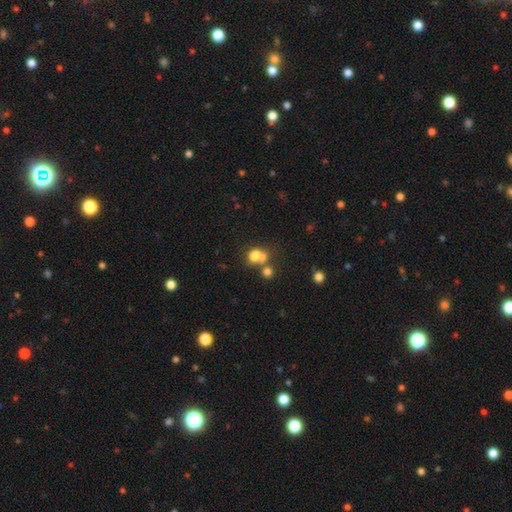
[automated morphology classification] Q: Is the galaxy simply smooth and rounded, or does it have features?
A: smooth — 74%.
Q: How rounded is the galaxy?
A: round — 65%.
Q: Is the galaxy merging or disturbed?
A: merger — 46%.